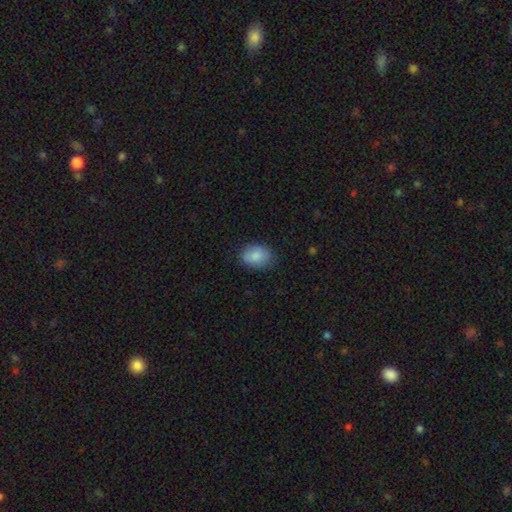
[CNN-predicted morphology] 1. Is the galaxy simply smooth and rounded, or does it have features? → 87% smooth, 7% star or artifact, 6% featured or disk.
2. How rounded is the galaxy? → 74% in between, 25% round, 1% cigar-shaped.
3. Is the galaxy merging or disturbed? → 78% none, 17% minor disturbance, 4% major disturbance, 1% merger.